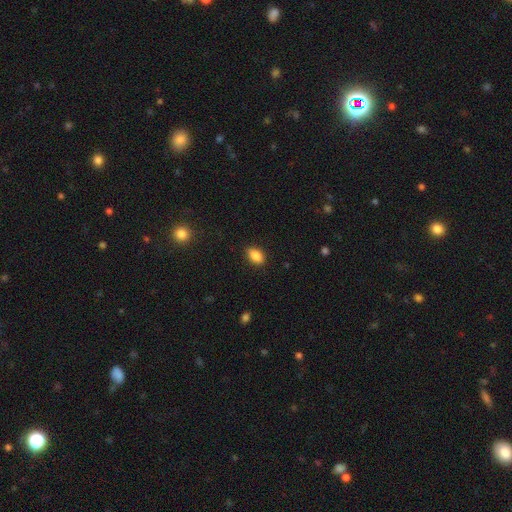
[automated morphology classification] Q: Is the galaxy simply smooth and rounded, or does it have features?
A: smooth — 87%.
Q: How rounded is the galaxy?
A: in between — 87%.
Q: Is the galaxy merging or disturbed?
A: none — 88%.